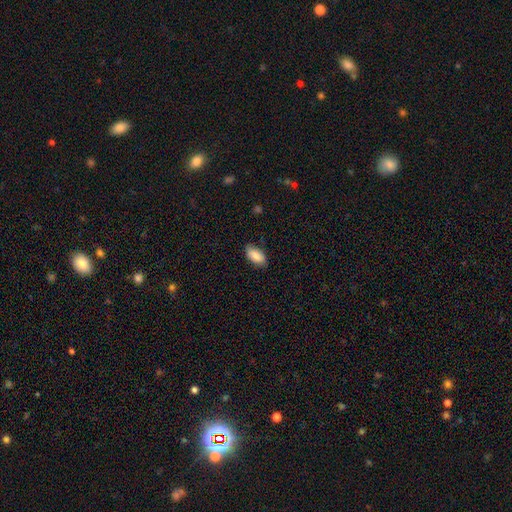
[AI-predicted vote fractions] This appears to be a smooth galaxy with no disk features (86%) that is in between round and cigar-shaped (93%). Merging: none (78%).